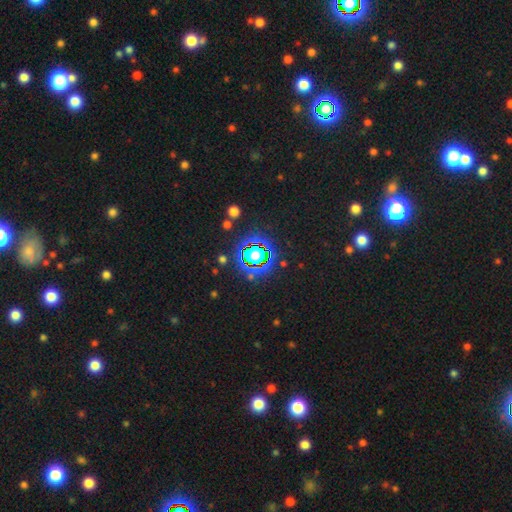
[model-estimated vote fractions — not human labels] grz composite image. It shows a star or artifact, not a galaxy (82%).